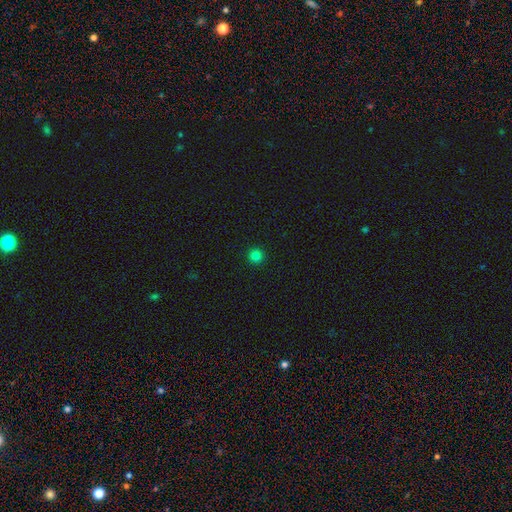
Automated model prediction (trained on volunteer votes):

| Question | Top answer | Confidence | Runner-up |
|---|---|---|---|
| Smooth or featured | smooth | 82% | star or artifact (15%) |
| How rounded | round | 96% | in between (3%) |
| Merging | none | 94% | minor disturbance (4%) |